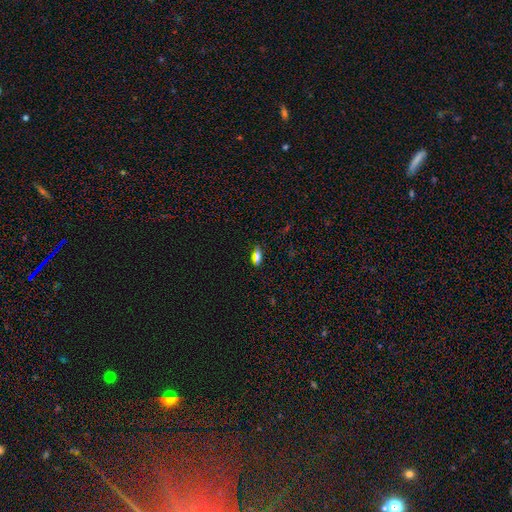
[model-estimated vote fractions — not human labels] This appears to be a smooth galaxy with no disk features (63%) that is in between round and cigar-shaped (78%). Merging: none (87%).